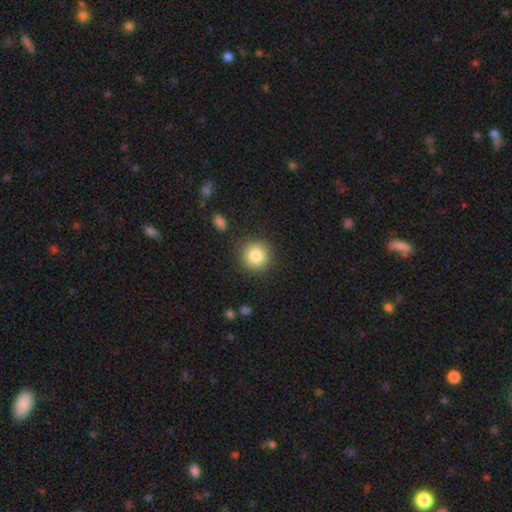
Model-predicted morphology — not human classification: This is clearly a smooth galaxy (83%). How rounded: clearly round (93%). Merging: clearly none (87%).